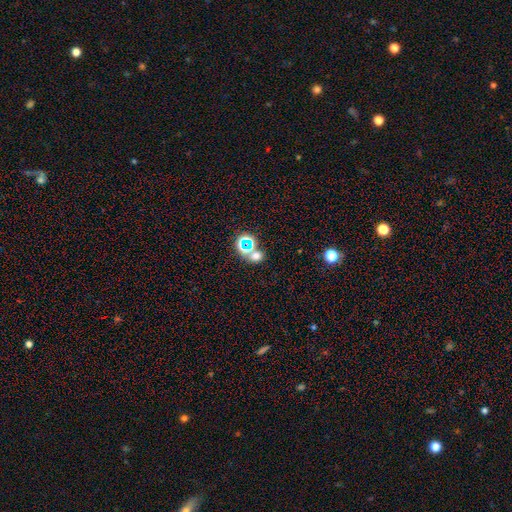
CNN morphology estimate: smooth_or_featured: smooth (p=0.57) [alt: star or artifact p=0.30]
how_rounded: round (p=0.63) [alt: in between p=0.35]
merging: none (p=0.48) [alt: merger p=0.41]